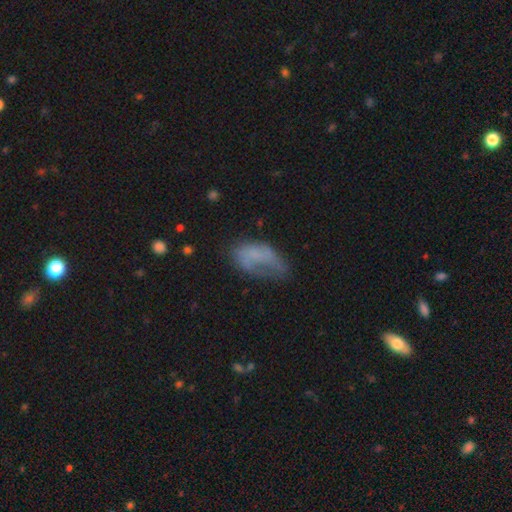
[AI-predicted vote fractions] Smooth or featured? smooth (55%)
How rounded? in between (91%)
Merging? major disturbance (37%)